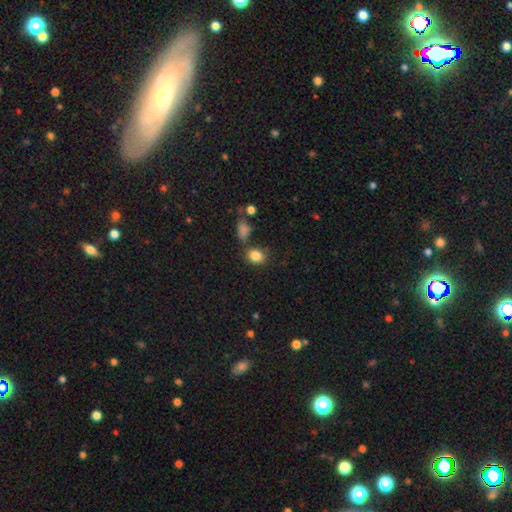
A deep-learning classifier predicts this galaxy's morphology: Q: Smooth or featured?
A: smooth (84%); runner-up: star or artifact (10%)
Q: How rounded?
A: round (52%); runner-up: in between (46%)
Q: Merging?
A: none (66%); runner-up: minor disturbance (16%)